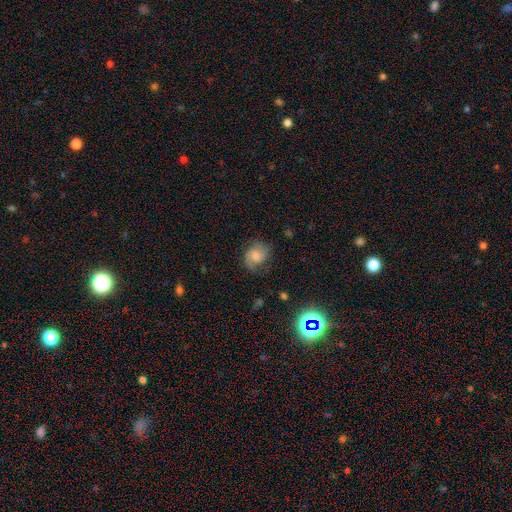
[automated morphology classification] Smooth or featured?
  - smooth: 46% *
  - featured or disk: 44%
  - star or artifact: 10%
Merging?
  - none: 62% *
  - minor disturbance: 24%
  - major disturbance: 12%
  - merger: 2%